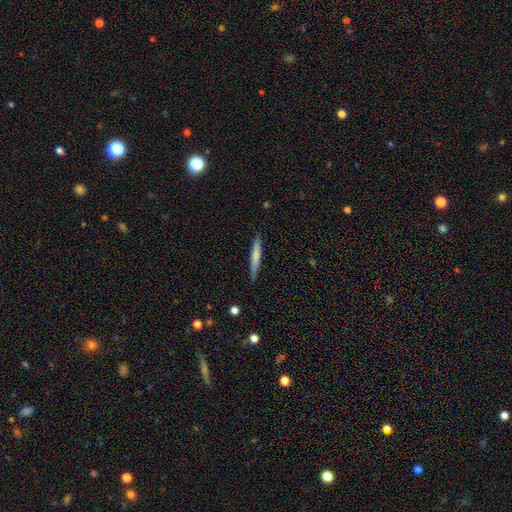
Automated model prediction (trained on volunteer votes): Q: Smooth or featured?
A: smooth (68%); runner-up: featured or disk (27%)
Q: How rounded?
A: cigar-shaped (95%); runner-up: in between (4%)
Q: Merging?
A: none (86%); runner-up: minor disturbance (11%)